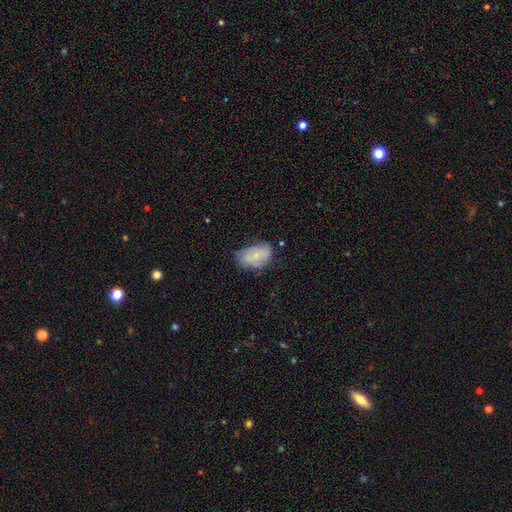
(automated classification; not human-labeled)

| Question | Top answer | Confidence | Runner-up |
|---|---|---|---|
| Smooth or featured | smooth | 59% | featured or disk (33%) |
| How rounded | in between | 88% | round (10%) |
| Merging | none | 53% | minor disturbance (34%) |